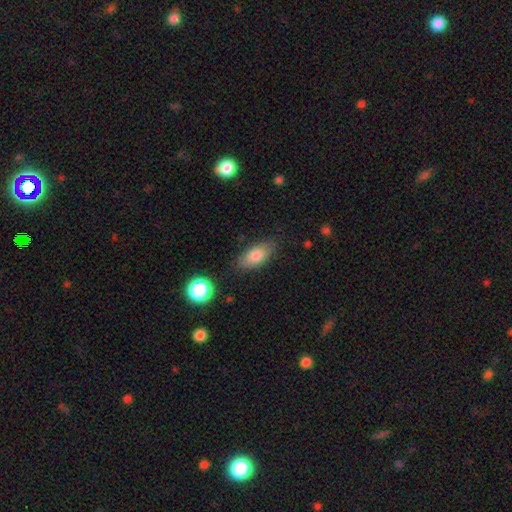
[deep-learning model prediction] A smooth galaxy with no disk features (80%) that is in between round and cigar-shaped (86%). Merging: none (80%).